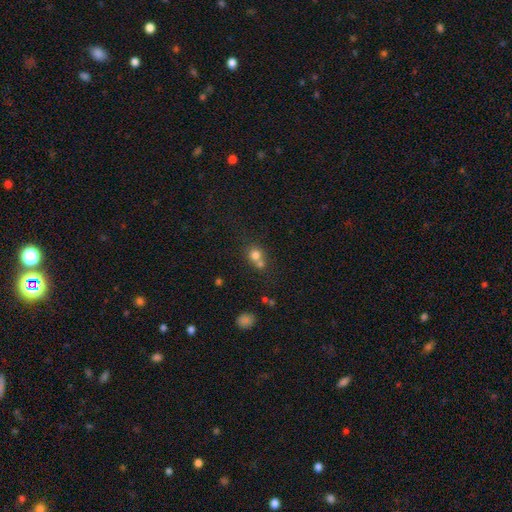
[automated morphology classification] A smooth galaxy with no disk features (76%) that is round (82%).

Vote fractions:
- Smooth or featured? smooth: 76% / star or artifact: 13% / featured or disk: 11%
- How rounded? round: 82% / in between: 17% / cigar-shaped: 1%
- Merging? merger: 53% / none: 38% / minor disturbance: 6% / major disturbance: 3%